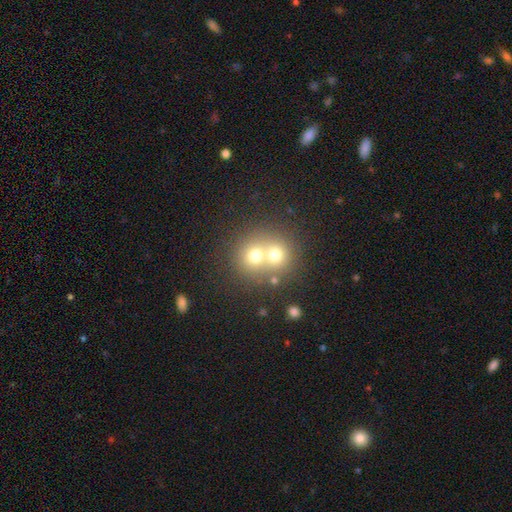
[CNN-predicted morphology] A smooth galaxy with no disk features (65%) that is round (81%).

Vote fractions:
- Smooth or featured? smooth: 65% / featured or disk: 21% / star or artifact: 14%
- How rounded? round: 81% / in between: 18% / cigar-shaped: 1%
- Merging? merger: 65% / none: 28% / minor disturbance: 4% / major disturbance: 3%